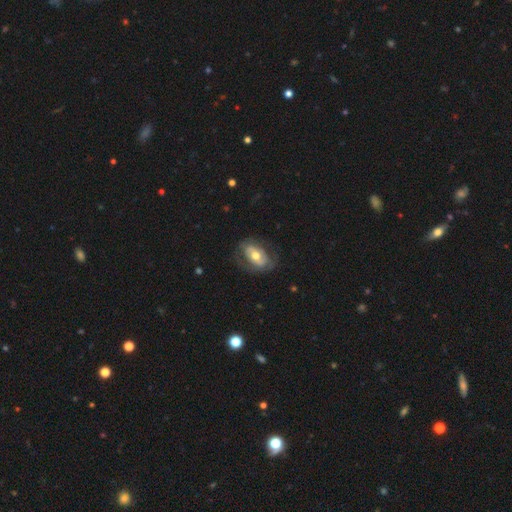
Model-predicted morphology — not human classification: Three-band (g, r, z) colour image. It shows a featured or disk galaxy (54%) with no bar (50%), no spiral arms (56%) and a moderate central bulge (72%). Merging: none (68%).